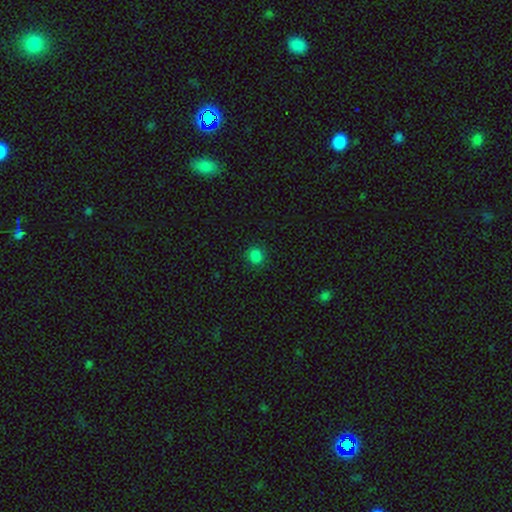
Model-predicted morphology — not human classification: Smooth or featured: smooth — 84% (star or artifact — 13%)
How rounded: round — 85% (in between — 14%)
Merging: none — 89% (minor disturbance — 7%)